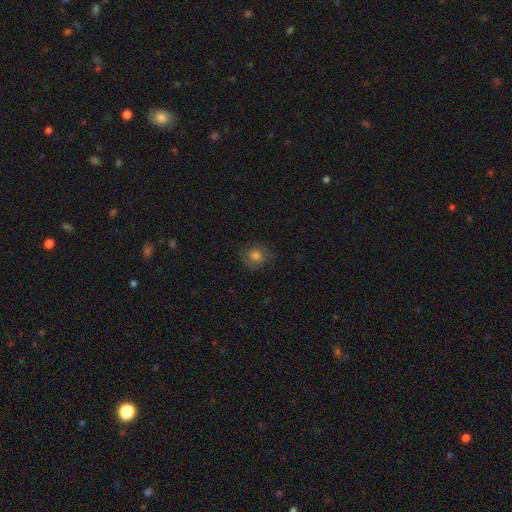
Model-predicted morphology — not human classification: This is likely a smooth galaxy (74%). How rounded: clearly round (81%). Merging: likely none (73%).